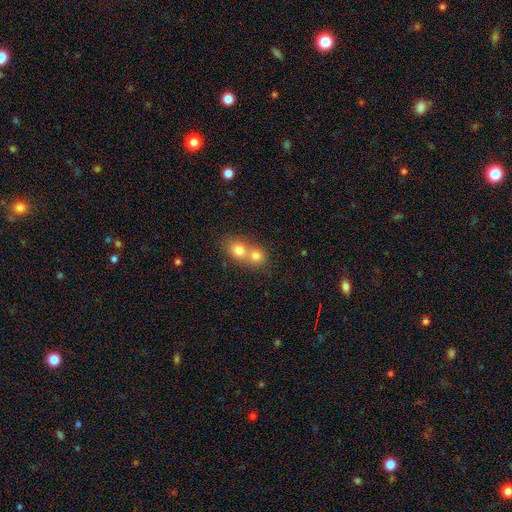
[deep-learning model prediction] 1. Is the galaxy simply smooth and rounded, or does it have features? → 76% smooth, 13% featured or disk, 10% star or artifact.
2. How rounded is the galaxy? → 73% round, 25% in between, 1% cigar-shaped.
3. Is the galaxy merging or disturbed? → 65% merger, 29% none, 4% minor disturbance, 2% major disturbance.